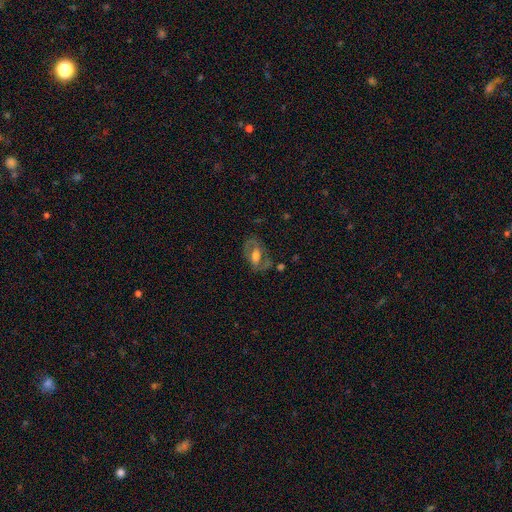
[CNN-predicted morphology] The model was most divided on "bar": no: 43%, weak: 34%, strong: 23%. Remaining: edge-on disk — no (89%); merging — none (60%); smooth or featured — featured or disk (56%); spiral arms — no (55%); bulge size — moderate (46%).